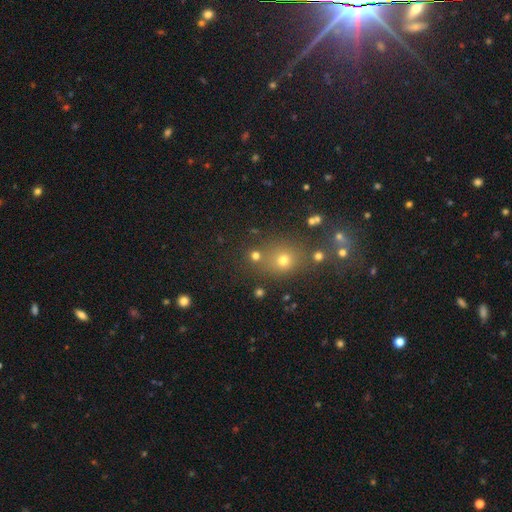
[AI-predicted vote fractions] This appears to be a smooth galaxy with no disk features (67%) that is round (85%). Merging: none (70%).